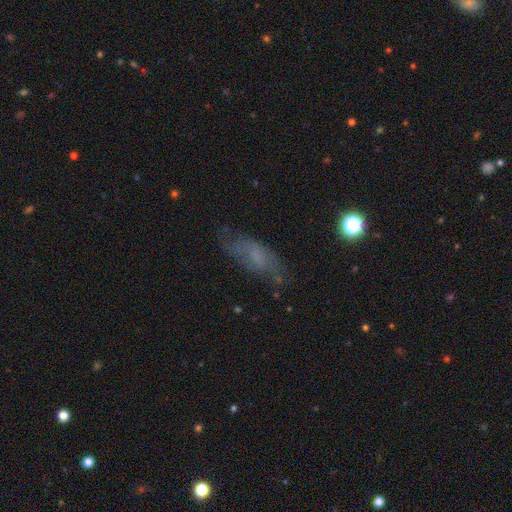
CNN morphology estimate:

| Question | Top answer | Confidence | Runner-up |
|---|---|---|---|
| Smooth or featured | smooth | 48% | featured or disk (38%) |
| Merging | none | 63% | minor disturbance (23%) |